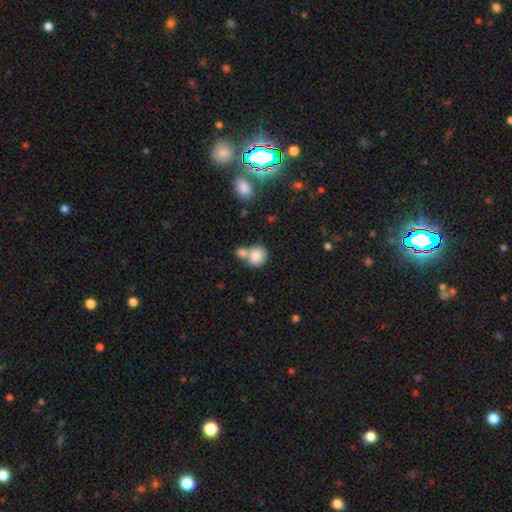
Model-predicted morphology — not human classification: This appears to be a smooth galaxy with no disk features (82%) that is round (79%). Merging: merger (47%).